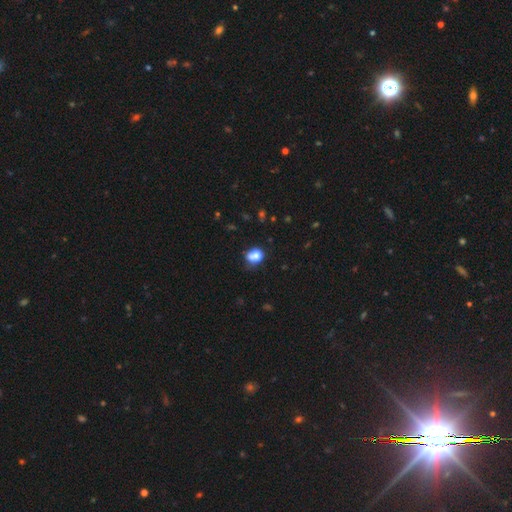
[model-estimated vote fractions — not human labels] Smooth or featured? Predicted: smooth (p=0.80). How rounded? Predicted: in between (p=0.51). Merging? Predicted: none (p=0.49).